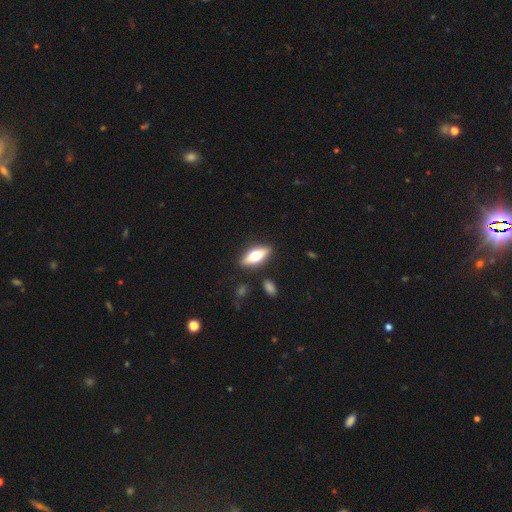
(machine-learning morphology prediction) smooth_or_featured: smooth (p=0.53) [alt: featured or disk p=0.40]
how_rounded: in between (p=0.65) [alt: cigar-shaped p=0.31]
merging: none (p=0.85) [alt: minor disturbance p=0.10]